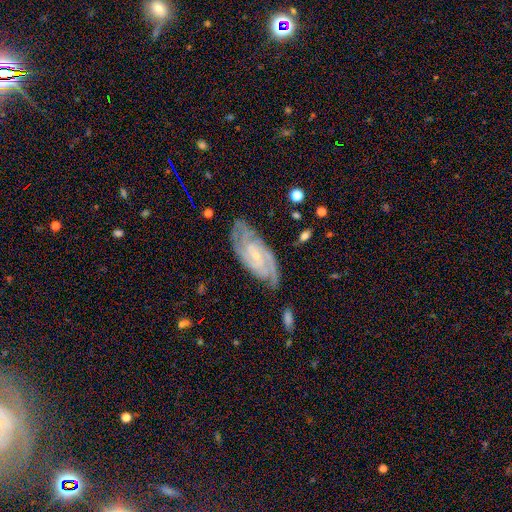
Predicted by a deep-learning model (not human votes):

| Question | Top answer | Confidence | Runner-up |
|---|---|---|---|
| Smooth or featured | featured or disk | 87% | smooth (7%) |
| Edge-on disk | no | 94% | yes (6%) |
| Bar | no | 51% | weak (36%) |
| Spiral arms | yes | 98% | no (2%) |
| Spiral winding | tight | 69% | medium (27%) |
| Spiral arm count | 2 | 44% | 3 (20%) |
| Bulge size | small | 78% | moderate (17%) |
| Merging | none | 76% | minor disturbance (17%) |